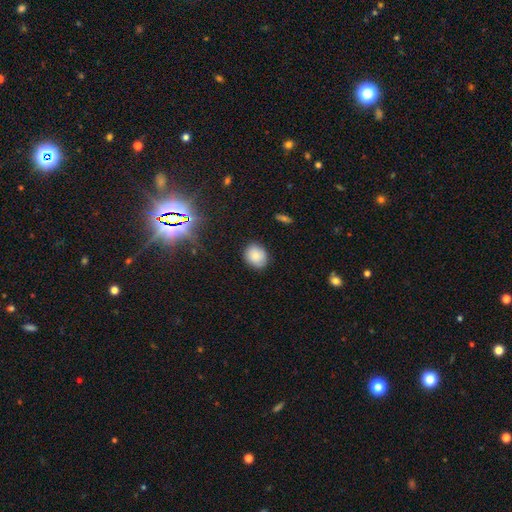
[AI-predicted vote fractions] Smooth or featured? Predicted: smooth (p=0.82). How rounded? Predicted: round (p=0.65). Merging? Predicted: none (p=0.83).